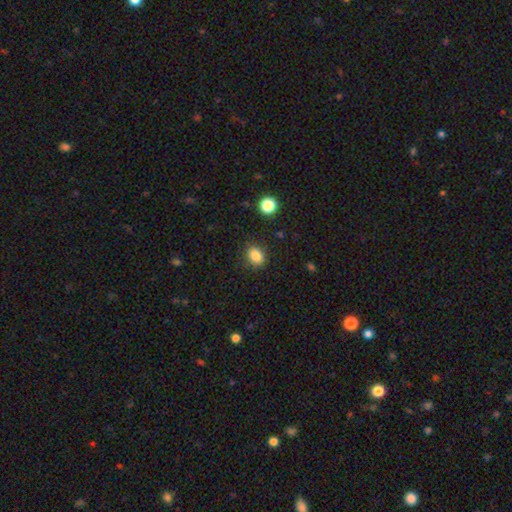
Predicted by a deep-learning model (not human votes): Smooth or featured? Predicted: smooth (p=0.84). How rounded? Predicted: in between (p=0.55). Merging? Predicted: none (p=0.85).